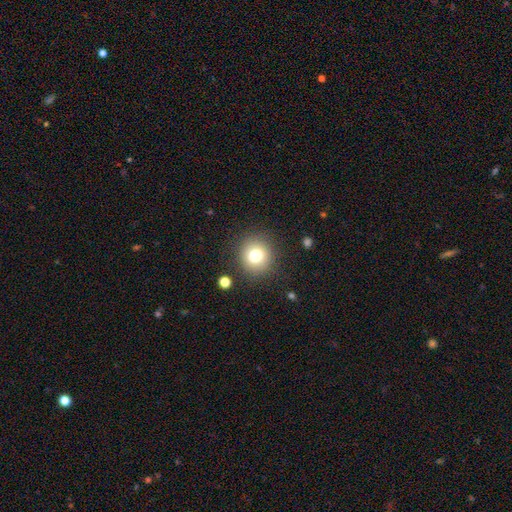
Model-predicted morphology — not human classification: Q: Smooth or featured?
A: smooth (78%); runner-up: star or artifact (12%)
Q: How rounded?
A: round (88%); runner-up: in between (11%)
Q: Merging?
A: none (86%); runner-up: minor disturbance (9%)